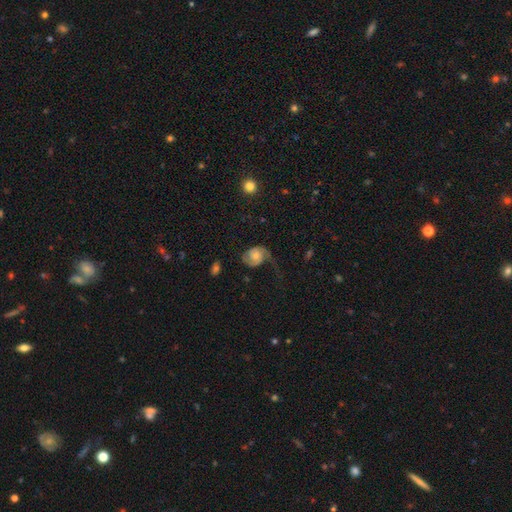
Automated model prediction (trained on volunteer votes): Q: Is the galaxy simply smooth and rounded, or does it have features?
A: featured or disk — 75%.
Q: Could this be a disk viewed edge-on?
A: no — 98%.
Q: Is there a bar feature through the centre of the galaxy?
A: no — 74%.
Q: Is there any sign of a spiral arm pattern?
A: yes — 94%.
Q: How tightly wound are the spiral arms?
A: medium — 38%.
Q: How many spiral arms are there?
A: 2 — 69%.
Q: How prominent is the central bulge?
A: moderate — 51%.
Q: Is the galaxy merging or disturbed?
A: none — 43%.